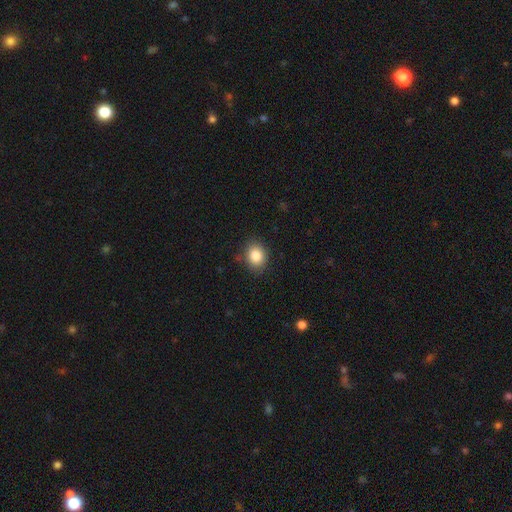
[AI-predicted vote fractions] Smooth or featured: smooth — 85% (star or artifact — 9%)
How rounded: round — 55% (in between — 44%)
Merging: none — 85% (minor disturbance — 11%)